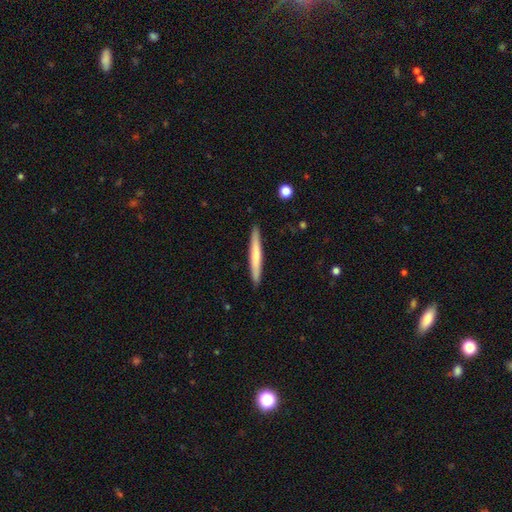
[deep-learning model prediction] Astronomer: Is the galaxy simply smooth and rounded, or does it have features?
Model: smooth — 63%.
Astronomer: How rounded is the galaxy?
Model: cigar-shaped — 96%.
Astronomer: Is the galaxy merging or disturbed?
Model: none — 90%.